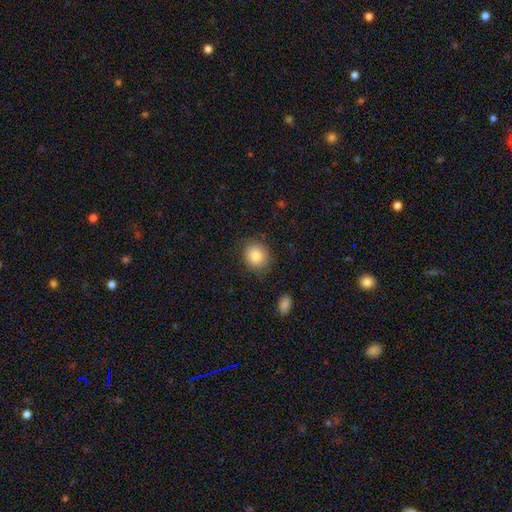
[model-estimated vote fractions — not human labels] The model was most divided on "how rounded": round: 77%, in between: 22%, cigar-shaped: 1%. More confident: smooth or featured — smooth (83%); merging — none (80%).